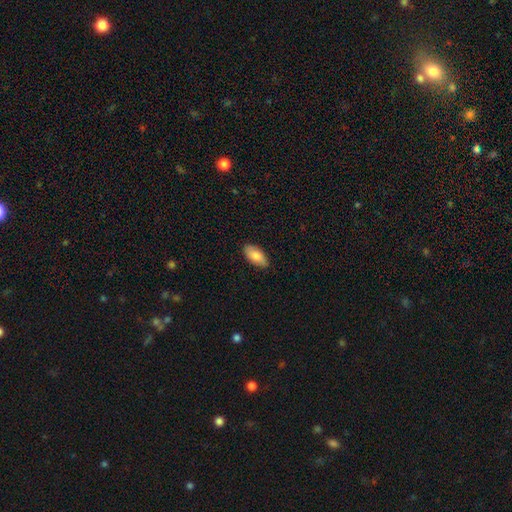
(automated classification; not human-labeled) This is clearly a smooth galaxy (86%). How rounded: clearly in between (92%). Merging: clearly none (86%).